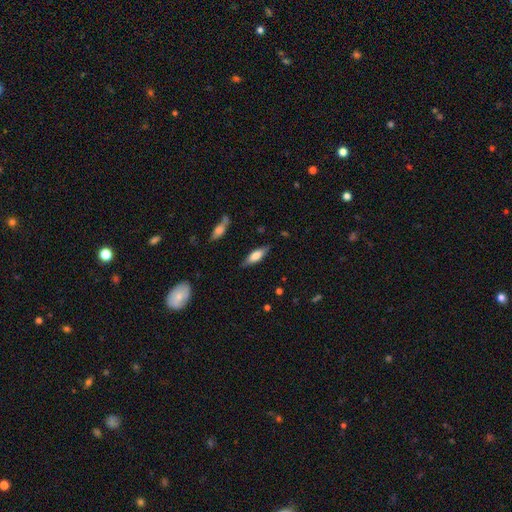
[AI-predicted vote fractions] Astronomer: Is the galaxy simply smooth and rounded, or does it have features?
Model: smooth — 65%.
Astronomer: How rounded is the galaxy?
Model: in between — 58% (runner-up: cigar-shaped, 40%).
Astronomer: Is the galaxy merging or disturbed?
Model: none — 80%.